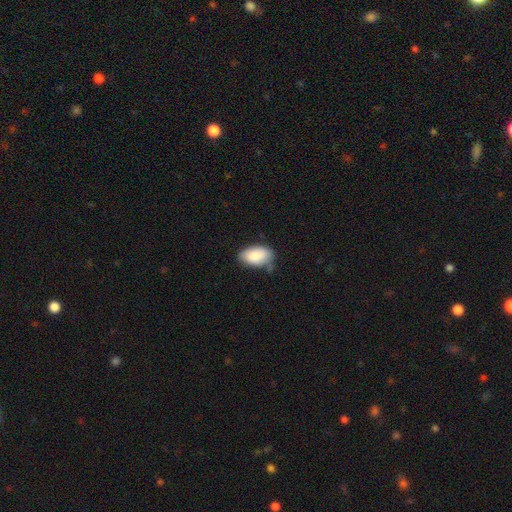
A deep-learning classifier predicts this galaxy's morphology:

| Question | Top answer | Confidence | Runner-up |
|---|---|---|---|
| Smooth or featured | smooth | 87% | featured or disk (7%) |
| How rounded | in between | 94% | round (5%) |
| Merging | none | 64% | minor disturbance (27%) |